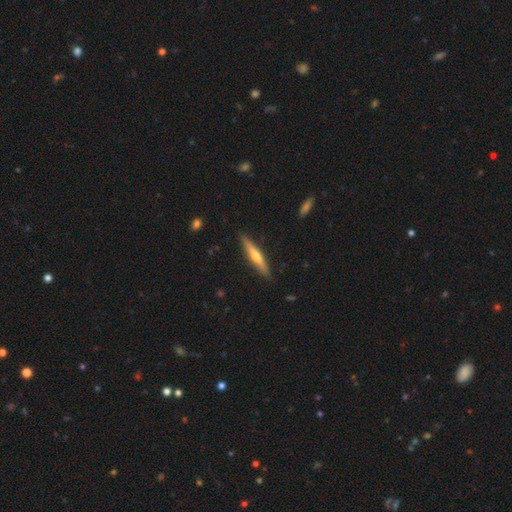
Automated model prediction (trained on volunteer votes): This is possibly a featured or disk galaxy (54%). It is clearly viewed edge-on (95%). Edge-on bulge: clearly rounded (81%). Merging: clearly none (89%).